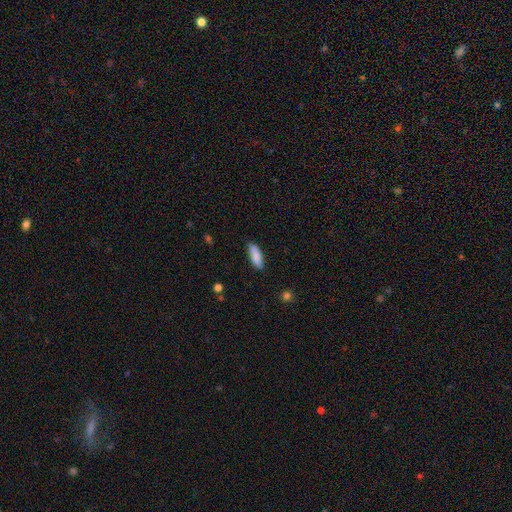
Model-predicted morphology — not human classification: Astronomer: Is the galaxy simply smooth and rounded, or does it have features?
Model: smooth — 86%.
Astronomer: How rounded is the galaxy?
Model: in between — 57% (runner-up: cigar-shaped, 41%).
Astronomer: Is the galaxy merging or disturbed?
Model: none — 83%.